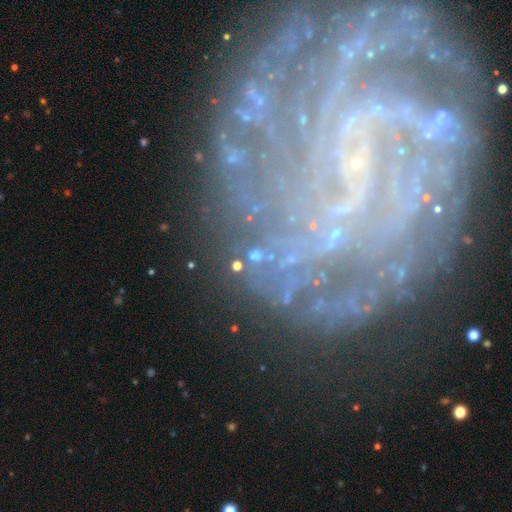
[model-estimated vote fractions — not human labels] A star or artifact, not a galaxy (38%).